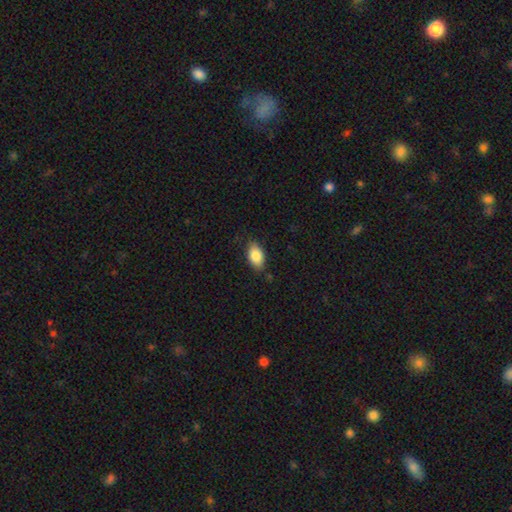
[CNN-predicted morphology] smooth 86%, featured or disk 7%, star or artifact 7%. Down the decision tree: how rounded — in between (92%); merging — none (82%).